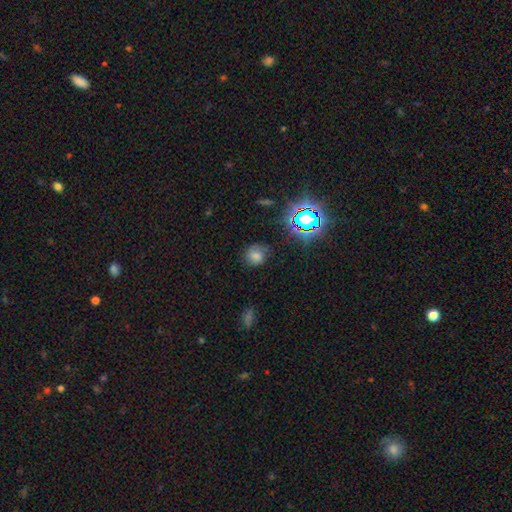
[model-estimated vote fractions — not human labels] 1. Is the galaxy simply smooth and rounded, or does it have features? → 67% smooth, 19% star or artifact, 14% featured or disk.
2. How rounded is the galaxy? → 76% round, 23% in between, 1% cigar-shaped.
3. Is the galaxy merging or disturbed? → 66% none, 23% minor disturbance, 8% major disturbance, 2% merger.